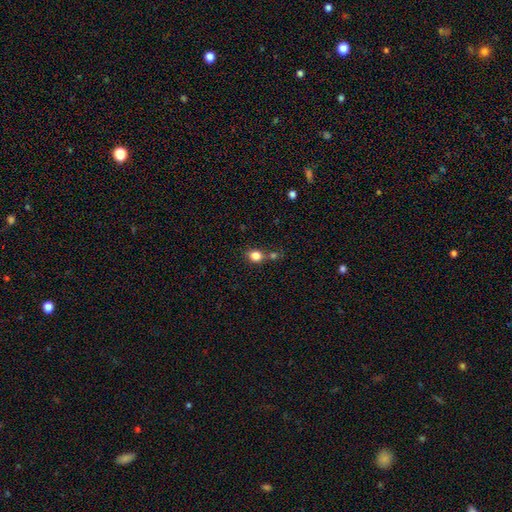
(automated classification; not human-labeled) This appears to be a smooth galaxy with no disk features (83%) that is round (64%). Merging: none (58%).